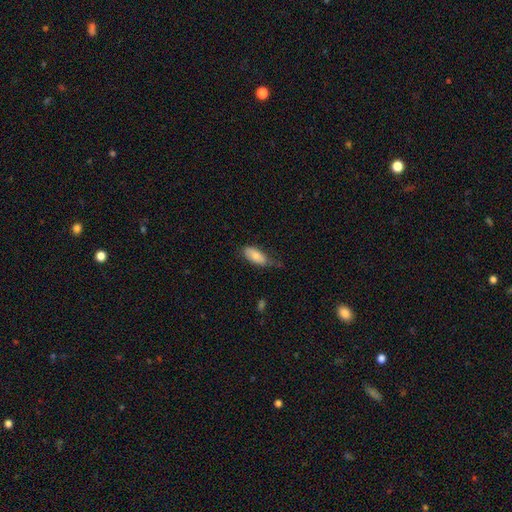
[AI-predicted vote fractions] A smooth galaxy with no disk features (81%) that is in between round and cigar-shaped (88%). Merging: none (58%).